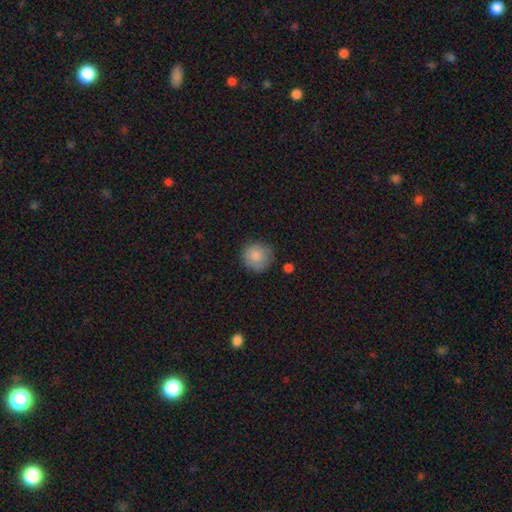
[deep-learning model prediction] Smooth or featured?
  - smooth: 86% *
  - star or artifact: 8%
  - featured or disk: 6%
How rounded?
  - round: 93% *
  - in between: 6%
  - cigar-shaped: 1%
Merging?
  - none: 80% *
  - minor disturbance: 14%
  - major disturbance: 4%
  - merger: 2%